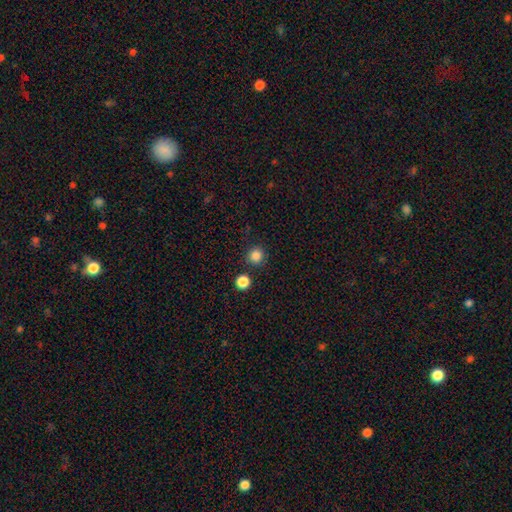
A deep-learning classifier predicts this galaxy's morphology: smooth-or-featured: smooth: 85% | star or artifact: 12% | featured or disk: 3%
  how-rounded: round: 94% | in between: 5% | cigar-shaped: 1%
  merging: none: 87% | minor disturbance: 6% | merger: 4% | major disturbance: 2%